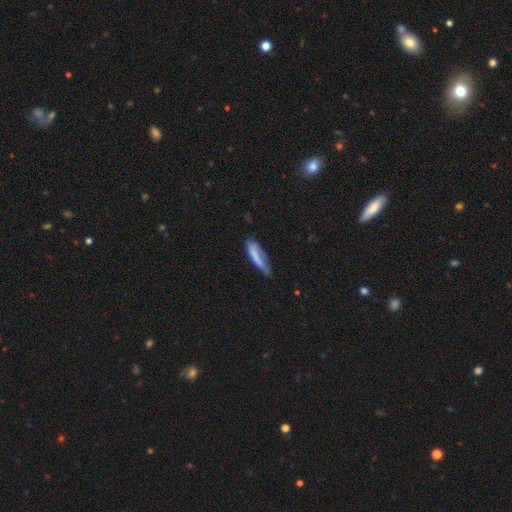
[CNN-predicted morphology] Smooth or featured: smooth — 70% (featured or disk — 23%)
How rounded: cigar-shaped — 71% (in between — 28%)
Merging: none — 42% (minor disturbance — 37%)